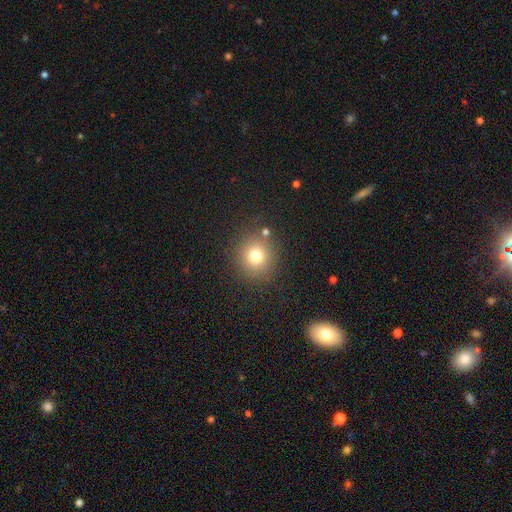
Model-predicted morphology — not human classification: A smooth galaxy with no disk features (75%) that is round (92%).

Vote fractions:
- Smooth or featured? smooth: 75% / star or artifact: 15% / featured or disk: 10%
- How rounded? round: 92% / in between: 7% / cigar-shaped: 1%
- Merging? none: 85% / minor disturbance: 8% / merger: 4% / major disturbance: 4%